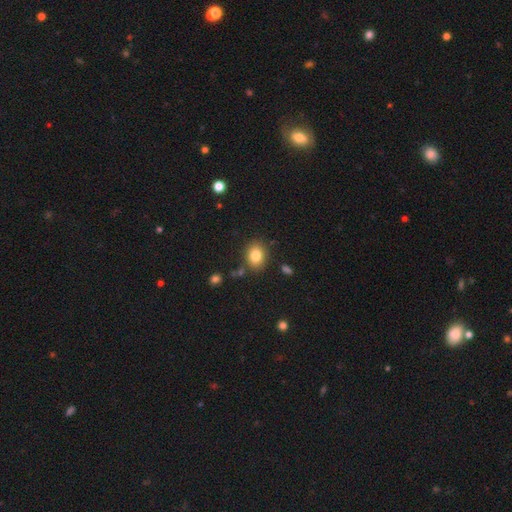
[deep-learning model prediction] A smooth galaxy with no disk features (82%) that is in between round and cigar-shaped (56%). Merging: none (83%).